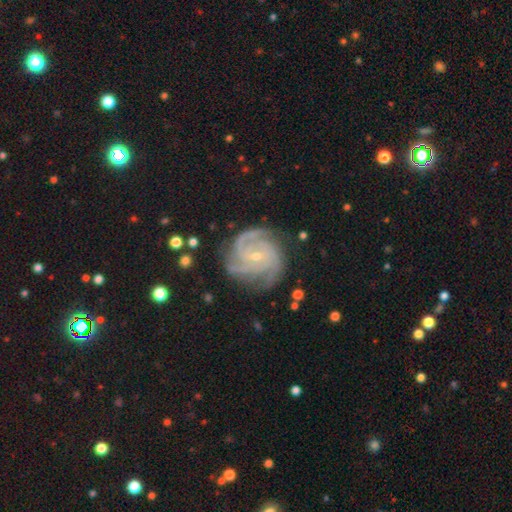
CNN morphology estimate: Smooth or featured?
  - featured or disk: 90% *
  - star or artifact: 5%
  - smooth: 5%
Edge-on disk?
  - no: 98% *
  - yes: 2%
Bar?
  - no: 58% *
  - weak: 31%
  - strong: 11%
Spiral arms?
  - yes: 98% *
  - no: 2%
Spiral winding?
  - tight: 66% *
  - medium: 30%
  - loose: 4%
Spiral arm count?
  - 3: 42% *
  - 4: 29%
  - can't tell: 9%
  - 2: 8%
  - more than 4: 6%
  - 1: 5%
Bulge size?
  - small: 76% *
  - moderate: 21%
  - none: 1%
  - large: 1%
  - dominant: 1%
Merging?
  - none: 78% *
  - minor disturbance: 16%
  - major disturbance: 5%
  - merger: 1%